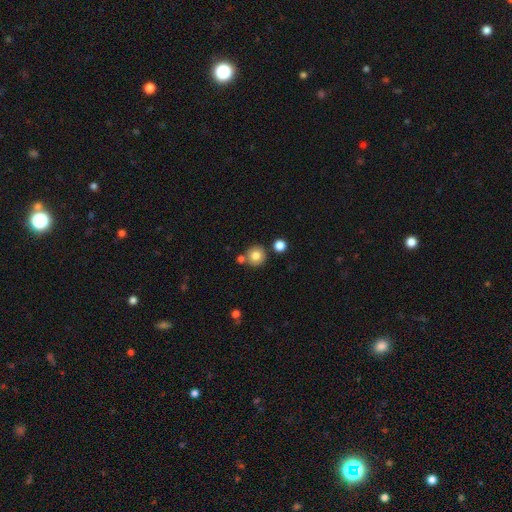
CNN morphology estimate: Smooth or featured: smooth — 79% (star or artifact — 11%)
How rounded: round — 92% (in between — 7%)
Merging: none — 76% (merger — 13%)